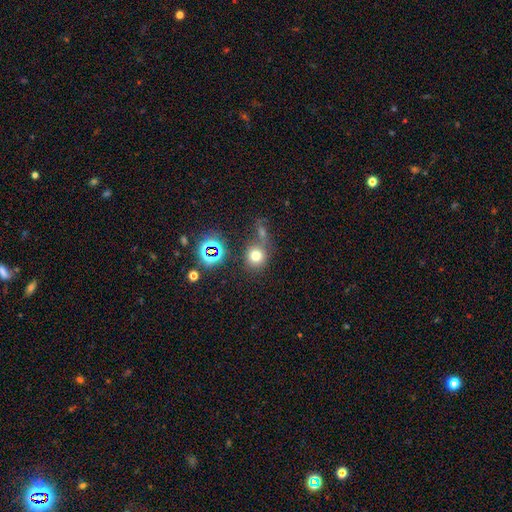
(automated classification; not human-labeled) Smooth or featured? smooth (69%)
How rounded? round (87%)
Merging? none (67%)